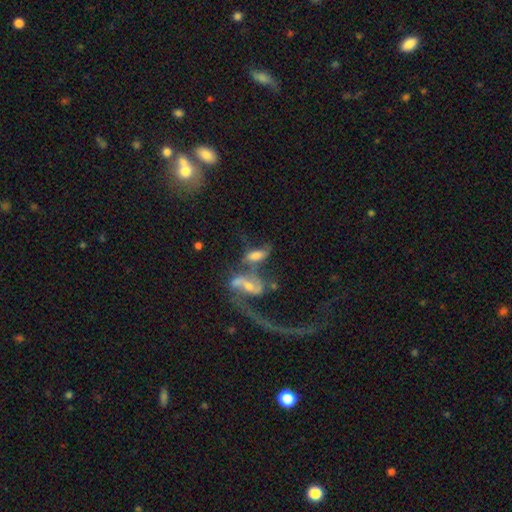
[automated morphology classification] A featured or disk galaxy (47%). Merging: merger (52%).